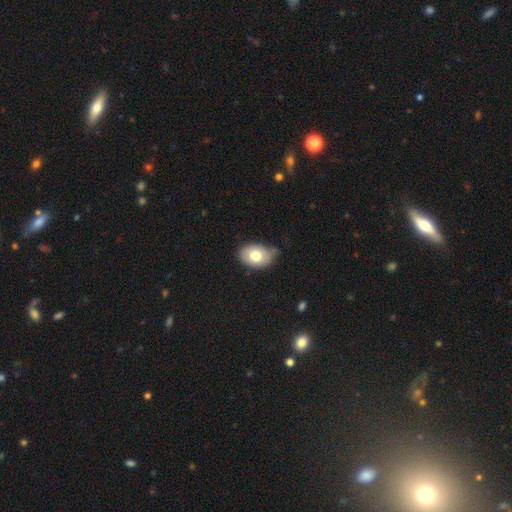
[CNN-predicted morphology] This appears to be a smooth galaxy with no disk features (75%) that is in between round and cigar-shaped (81%). Merging: none (66%).